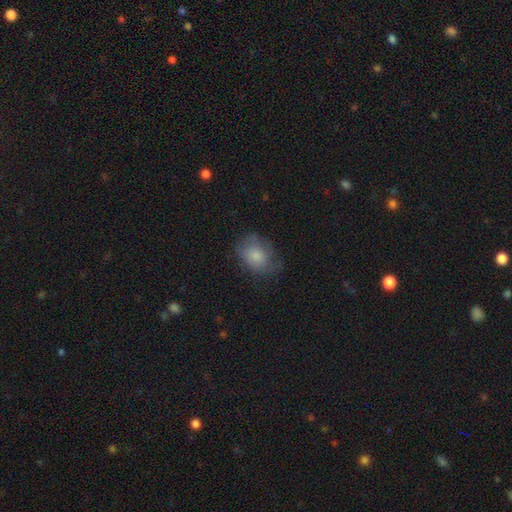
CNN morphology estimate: Smooth or featured: smooth — 77% (featured or disk — 15%)
How rounded: in between — 56% (round — 42%)
Merging: none — 59% (minor disturbance — 27%)